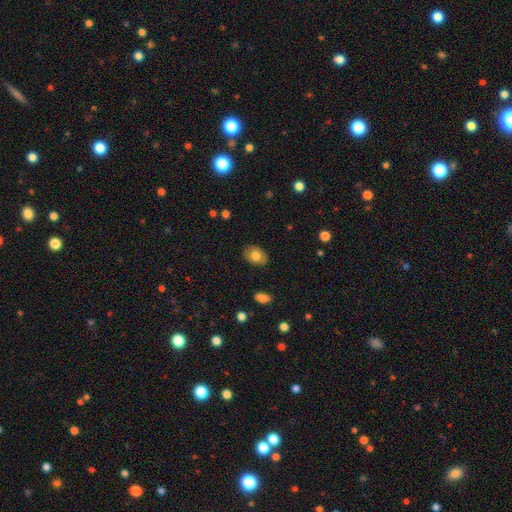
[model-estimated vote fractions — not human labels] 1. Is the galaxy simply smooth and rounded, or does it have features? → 77% smooth, 15% featured or disk, 8% star or artifact.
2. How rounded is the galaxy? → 75% in between, 23% round, 1% cigar-shaped.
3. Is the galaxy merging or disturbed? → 86% none, 10% minor disturbance, 2% major disturbance, 1% merger.